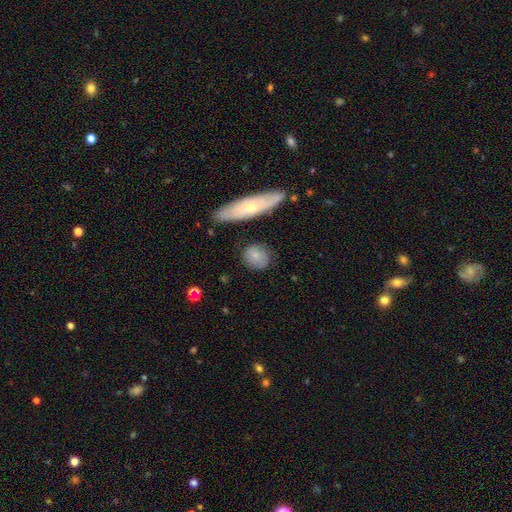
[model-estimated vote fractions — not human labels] Overall: smooth (76%). How rounded: round (65%; in between 30%). Merging: none (78%).